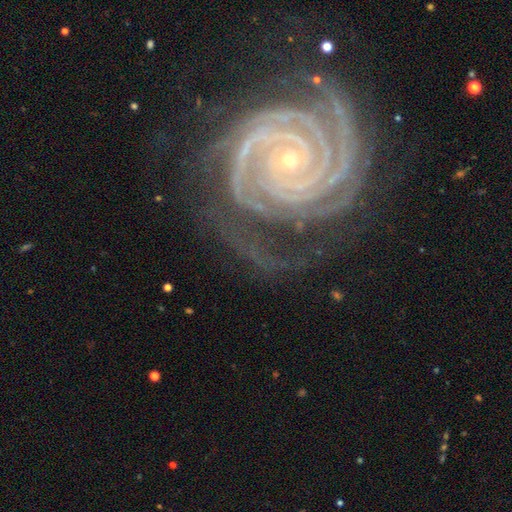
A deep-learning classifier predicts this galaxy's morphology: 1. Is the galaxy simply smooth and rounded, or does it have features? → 92% featured or disk, 6% star or artifact, 2% smooth.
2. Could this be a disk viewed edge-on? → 98% no, 2% yes.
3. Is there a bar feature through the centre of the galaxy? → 70% no, 16% weak, 15% strong.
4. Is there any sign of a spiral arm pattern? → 99% yes, 1% no.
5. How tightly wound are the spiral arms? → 87% tight, 11% medium, 2% loose.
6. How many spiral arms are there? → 34% 2, 25% 3, 15% 4, 10% can't tell, 9% more than 4, 7% 1.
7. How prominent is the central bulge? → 85% small, 12% moderate, 1% none, 1% large, 1% dominant.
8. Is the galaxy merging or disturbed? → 68% none, 20% minor disturbance, 9% major disturbance, 3% merger.